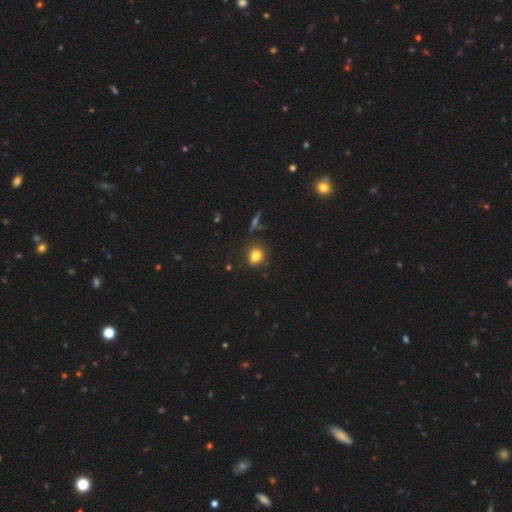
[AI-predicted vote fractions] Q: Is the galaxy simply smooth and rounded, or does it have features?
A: smooth — 82%.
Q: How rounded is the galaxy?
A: in between — 61%.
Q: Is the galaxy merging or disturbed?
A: none — 75%.